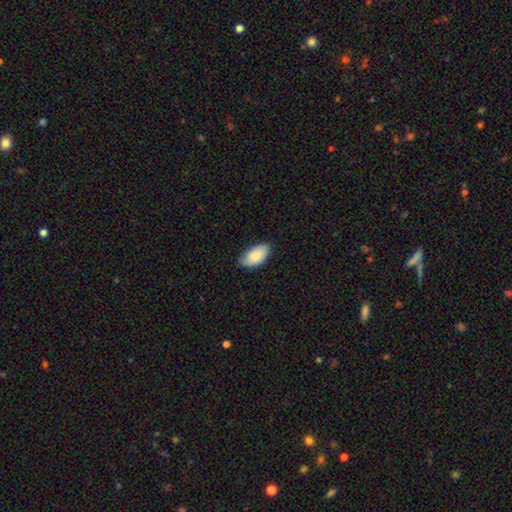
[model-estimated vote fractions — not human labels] smooth-or-featured: smooth: 84% | featured or disk: 10% | star or artifact: 6%
  how-rounded: in between: 95% | round: 3% | cigar-shaped: 2%
  merging: none: 70% | minor disturbance: 26% | major disturbance: 4% | merger: 1%